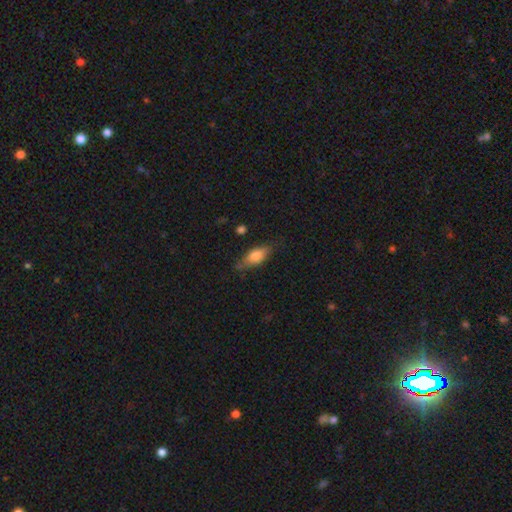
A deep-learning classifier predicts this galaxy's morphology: smooth-or-featured: smooth: 73% | featured or disk: 20% | star or artifact: 7%
  how-rounded: in between: 73% | cigar-shaped: 24% | round: 3%
  merging: none: 68% | minor disturbance: 24% | major disturbance: 6% | merger: 2%